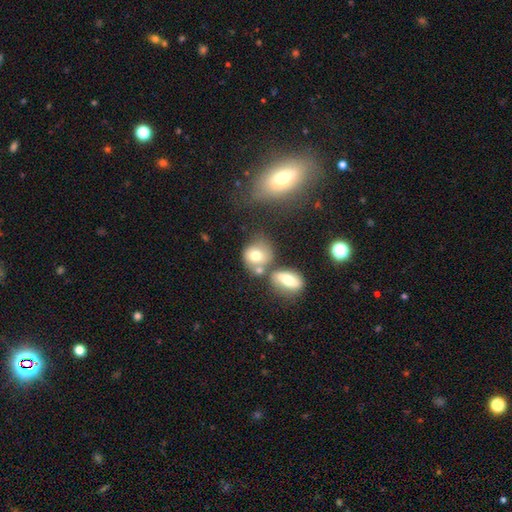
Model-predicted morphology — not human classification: This is likely a smooth galaxy (70%). How rounded: likely round (68%). Merging: marginally none (44%).